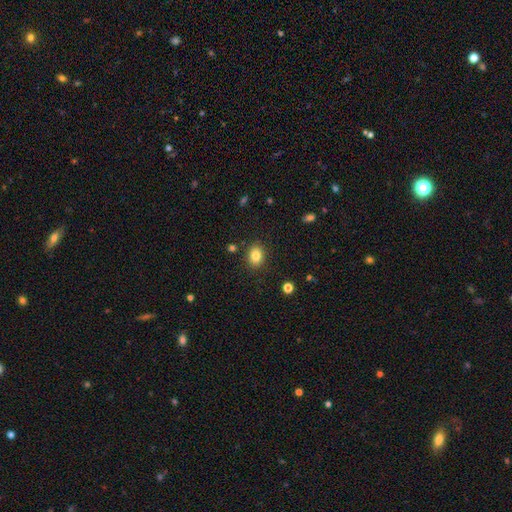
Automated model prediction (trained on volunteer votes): Overall: smooth (84%). How rounded: in between (67%; round 32%). Merging: none (86%).